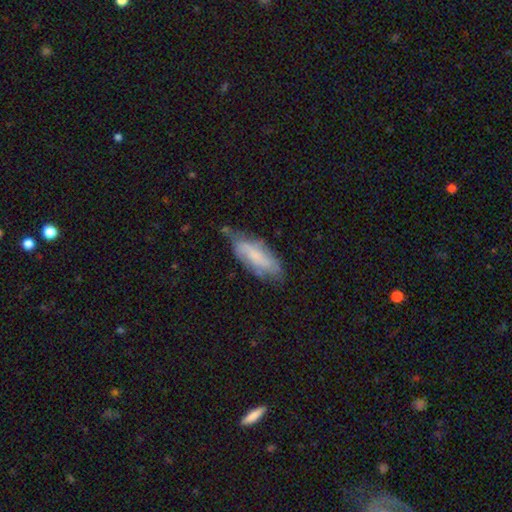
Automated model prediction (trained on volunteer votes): This is possibly a smooth galaxy (53%). How rounded: likely in between (66%). Merging: possibly none (54%).